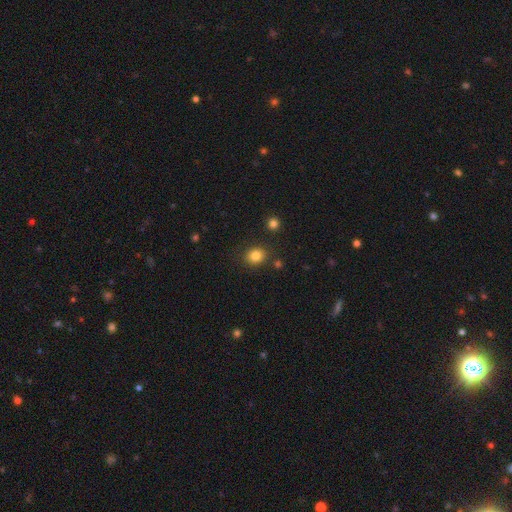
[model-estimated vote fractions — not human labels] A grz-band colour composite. It shows a smooth galaxy with no disk features (83%) that is round (68%). Merging: none (84%).